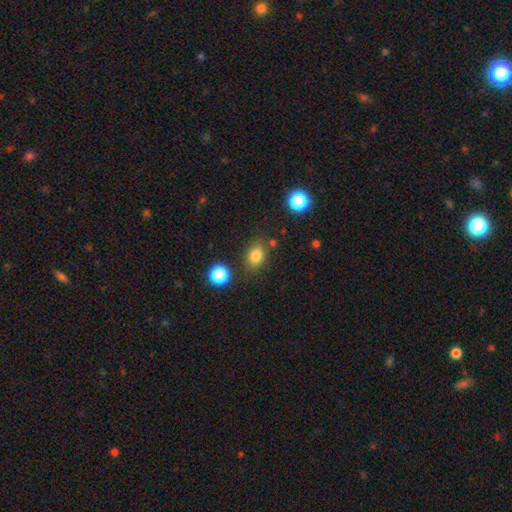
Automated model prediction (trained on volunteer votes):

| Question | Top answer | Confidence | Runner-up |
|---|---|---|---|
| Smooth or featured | smooth | 81% | star or artifact (13%) |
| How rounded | in between | 60% | round (39%) |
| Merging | none | 76% | minor disturbance (14%) |